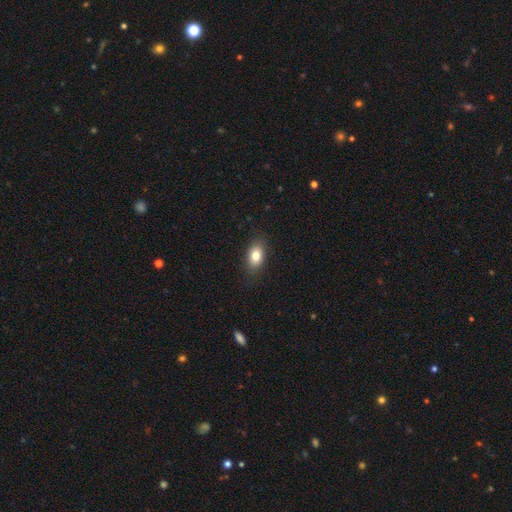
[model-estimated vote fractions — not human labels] A smooth galaxy with no disk features (80%) that is in between round and cigar-shaped (86%).

Vote fractions:
- Smooth or featured? smooth: 80% / featured or disk: 12% / star or artifact: 8%
- How rounded? in between: 86% / round: 11% / cigar-shaped: 3%
- Merging? none: 86% / minor disturbance: 10% / major disturbance: 3% / merger: 1%